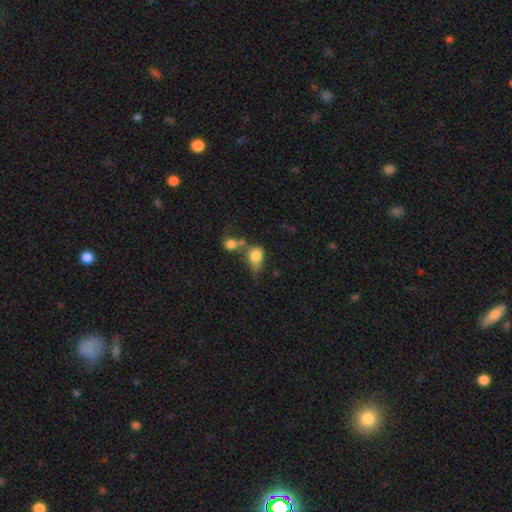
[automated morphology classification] smooth 77%, featured or disk 13%, star or artifact 10%. Down the decision tree: how rounded — in between (63%); merging — merger (43%).